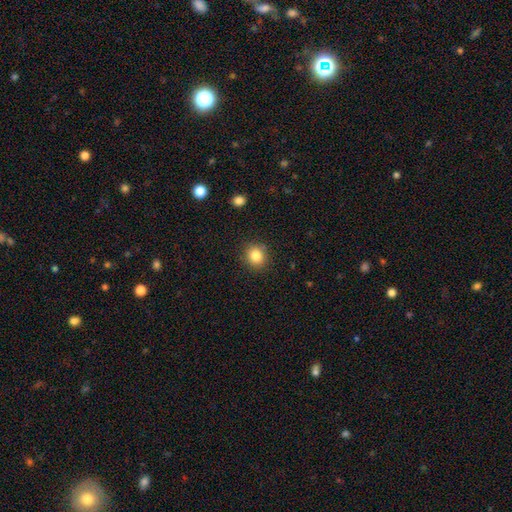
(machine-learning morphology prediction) Smooth or featured? Predicted: smooth (p=0.84). How rounded? Predicted: round (p=0.83). Merging? Predicted: none (p=0.88).